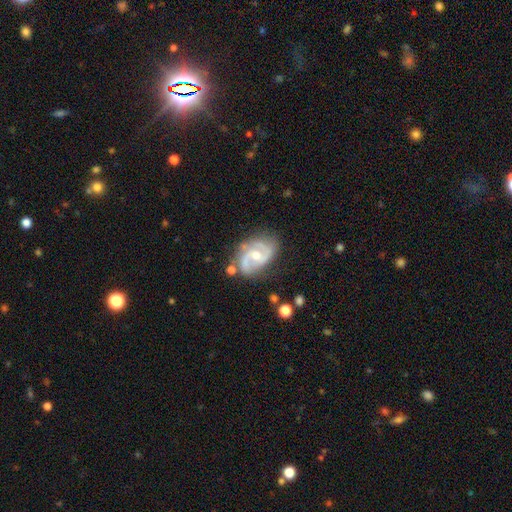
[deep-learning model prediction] smooth_or_featured: featured or disk (p=0.88) [alt: smooth p=0.07]
disk_edge_on: no (p=0.98) [alt: yes p=0.02]
bar: no (p=0.45) [alt: weak p=0.44]
has_spiral_arms: yes (p=0.97) [alt: no p=0.03]
spiral_winding: medium (p=0.57) [alt: tight p=0.25]
spiral_arm_count: 2 (p=0.86) [alt: 3 p=0.06]
bulge_size: moderate (p=0.59) [alt: small p=0.36]
merging: none (p=0.70) [alt: minor disturbance p=0.20]